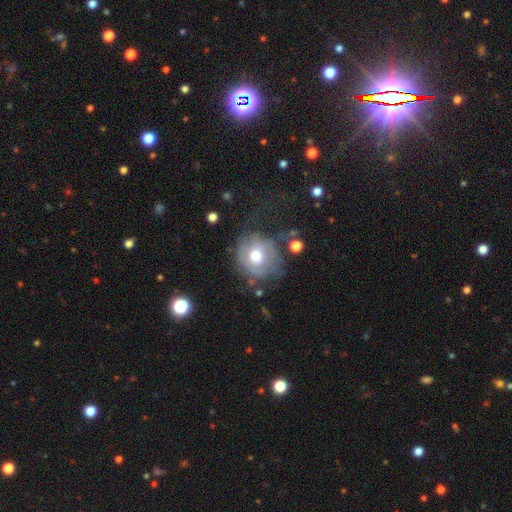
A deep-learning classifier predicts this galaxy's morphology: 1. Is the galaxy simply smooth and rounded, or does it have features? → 46% smooth (tied), 46% featured or disk (tied), 8% star or artifact.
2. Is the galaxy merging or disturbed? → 45% none, 27% major disturbance, 24% minor disturbance, 4% merger.